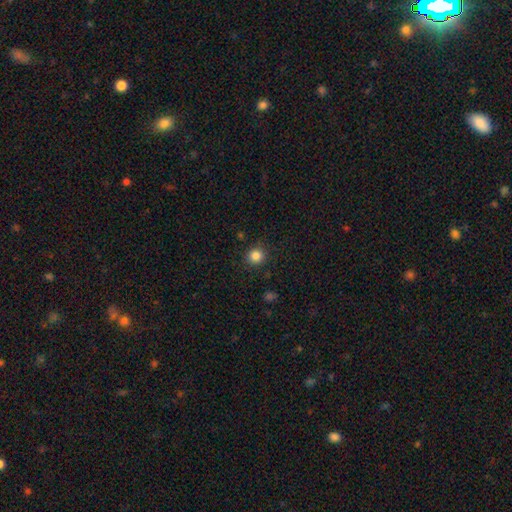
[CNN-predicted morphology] A smooth galaxy with no disk features (85%) that is round (89%).

Vote fractions:
- Smooth or featured? smooth: 85% / star or artifact: 11% / featured or disk: 4%
- How rounded? round: 89% / in between: 10% / cigar-shaped: 1%
- Merging? none: 89% / minor disturbance: 7% / major disturbance: 2% / merger: 1%